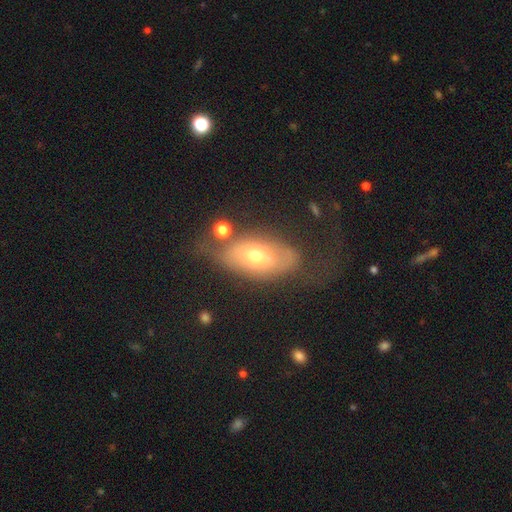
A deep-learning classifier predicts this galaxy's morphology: Smooth or featured?
  - smooth: 48% *
  - featured or disk: 42%
  - star or artifact: 9%
Merging?
  - none: 44% *
  - major disturbance: 25%
  - minor disturbance: 24%
  - merger: 7%